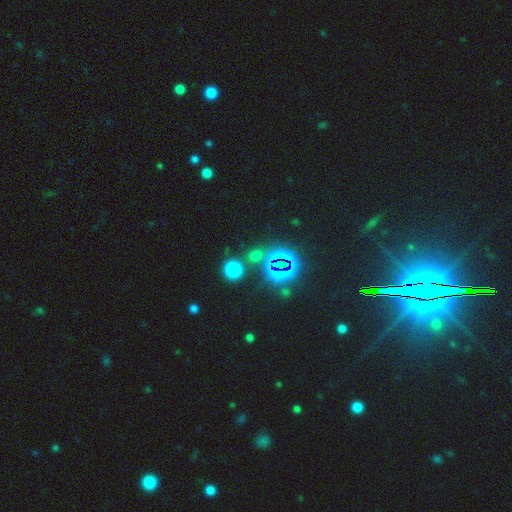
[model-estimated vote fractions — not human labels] Smooth or featured?
  - star or artifact: 54% *
  - smooth: 39%
  - featured or disk: 7%